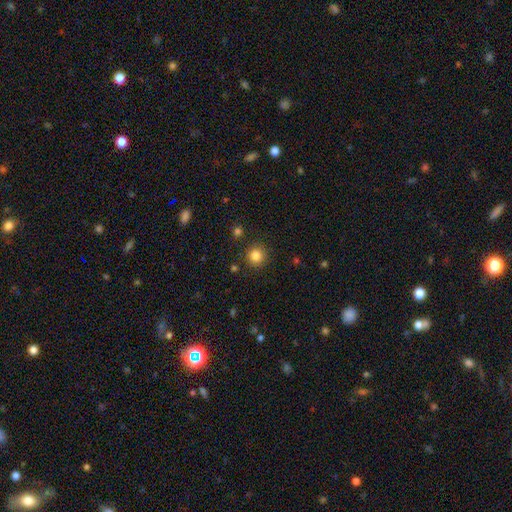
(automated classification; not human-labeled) Overall: smooth (84%). How rounded: round (93%). Merging: none (90%).